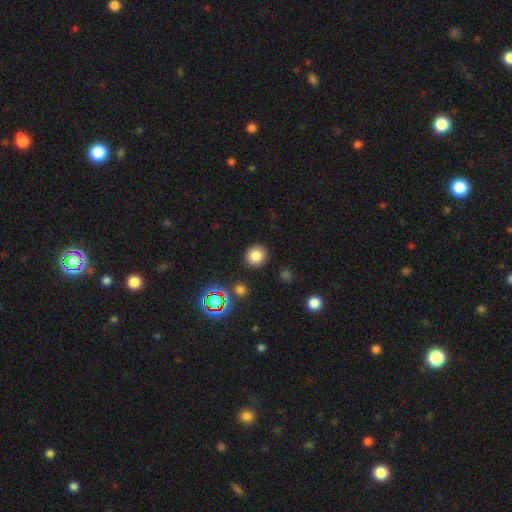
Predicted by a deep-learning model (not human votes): smooth_or_featured: smooth (p=0.79) [alt: star or artifact p=0.15]
how_rounded: round (p=0.89) [alt: in between p=0.10]
merging: none (p=0.89) [alt: minor disturbance p=0.06]